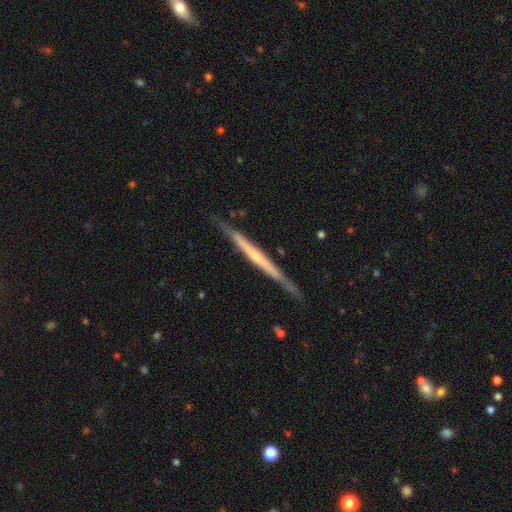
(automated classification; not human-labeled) A featured or disk galaxy (74%) viewed edge-on (97%) with no central bulge (51%). Merging: none (84%).